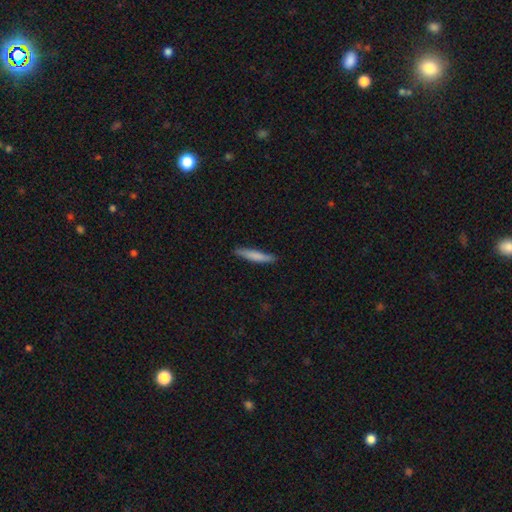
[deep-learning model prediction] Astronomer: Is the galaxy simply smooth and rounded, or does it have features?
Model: smooth — 78%.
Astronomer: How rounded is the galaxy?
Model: cigar-shaped — 92%.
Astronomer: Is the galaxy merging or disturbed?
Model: none — 87%.